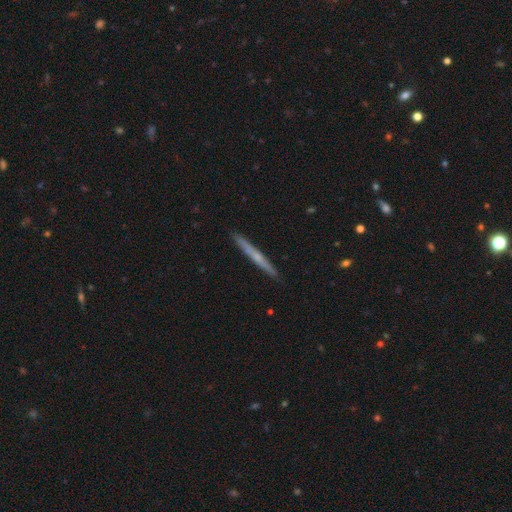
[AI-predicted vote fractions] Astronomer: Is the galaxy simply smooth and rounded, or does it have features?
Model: featured or disk — 56% (runner-up: smooth, 38%).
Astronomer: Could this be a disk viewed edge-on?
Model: yes — 97%.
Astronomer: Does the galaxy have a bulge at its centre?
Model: none — 52% (runner-up: rounded, 44%).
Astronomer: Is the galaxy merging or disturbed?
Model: none — 92%.